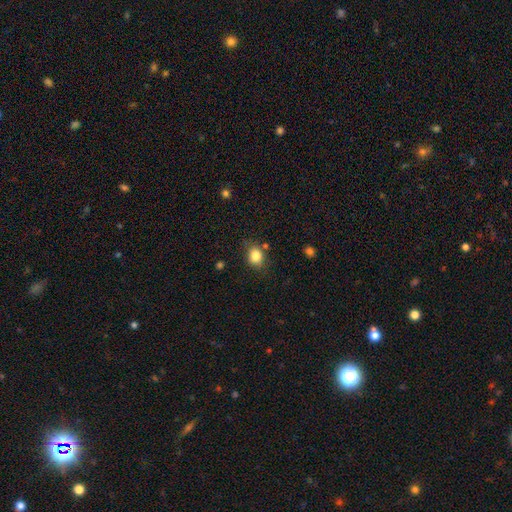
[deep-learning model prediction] Morphology: type=smooth (84%); roundness=round (57%); merging=none (76%).